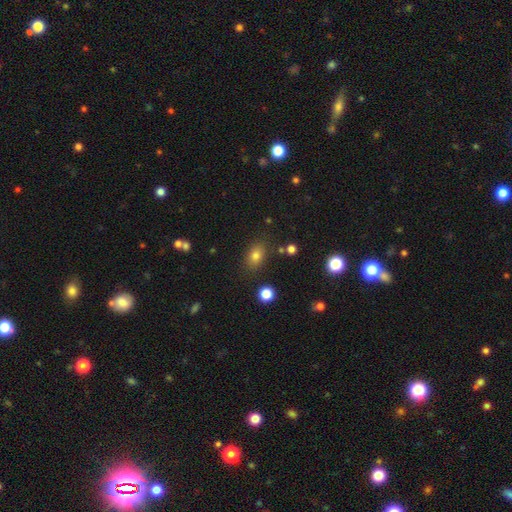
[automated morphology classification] This appears to be a smooth galaxy with no disk features (78%) that is in between round and cigar-shaped (76%). Merging: none (82%).